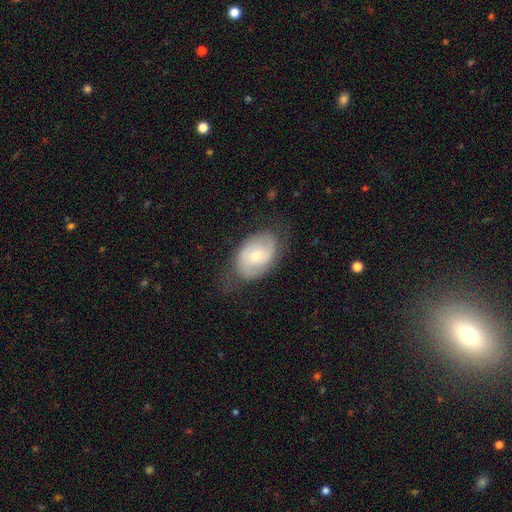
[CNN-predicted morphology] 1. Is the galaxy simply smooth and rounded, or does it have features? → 55% featured or disk, 38% smooth, 7% star or artifact.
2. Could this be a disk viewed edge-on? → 95% no, 5% yes.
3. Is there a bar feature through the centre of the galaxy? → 46% no, 45% weak, 9% strong.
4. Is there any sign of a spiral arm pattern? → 79% yes, 21% no.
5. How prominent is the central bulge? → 48% small, 47% moderate, 3% large, 2% none, 1% dominant.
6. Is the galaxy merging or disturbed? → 63% none, 25% minor disturbance, 10% major disturbance, 1% merger.